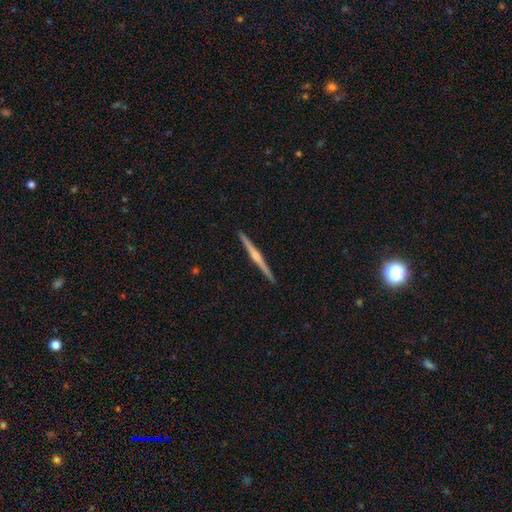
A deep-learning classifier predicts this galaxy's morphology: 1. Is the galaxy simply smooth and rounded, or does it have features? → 76% featured or disk, 19% smooth, 5% star or artifact.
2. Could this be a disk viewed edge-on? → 99% yes, 1% no.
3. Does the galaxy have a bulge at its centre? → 74% rounded, 16% none, 10% boxy.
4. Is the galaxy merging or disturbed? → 93% none, 5% minor disturbance, 1% major disturbance, 1% merger.